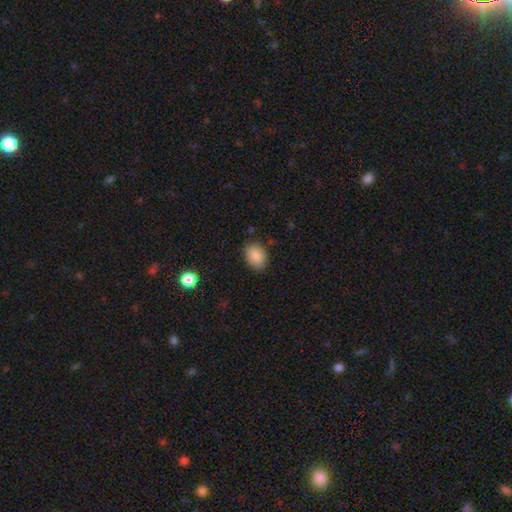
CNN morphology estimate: Smooth or featured? Predicted: smooth (p=0.87). How rounded? Predicted: in between (p=0.75). Merging? Predicted: none (p=0.82).